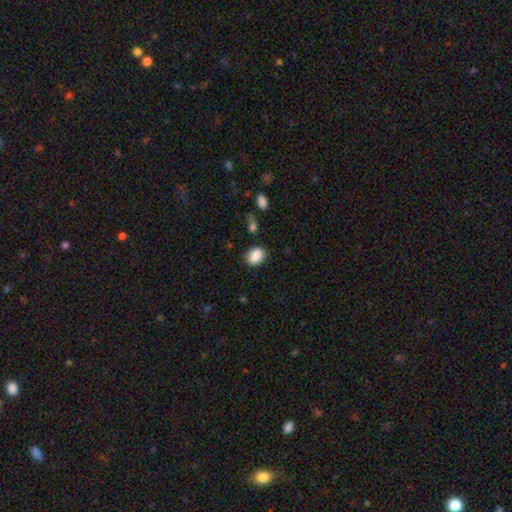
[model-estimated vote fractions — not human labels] Smooth or featured: smooth — 87% (star or artifact — 8%)
How rounded: in between — 70% (round — 29%)
Merging: none — 81% (minor disturbance — 13%)